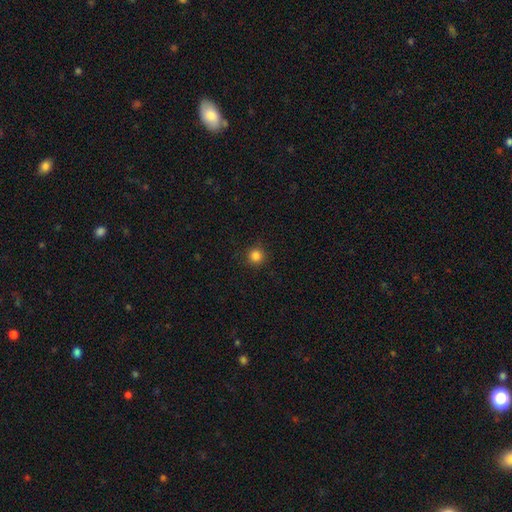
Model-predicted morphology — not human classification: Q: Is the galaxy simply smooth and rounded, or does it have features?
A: smooth — 84%.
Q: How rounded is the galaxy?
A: round — 95%.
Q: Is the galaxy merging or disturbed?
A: none — 90%.